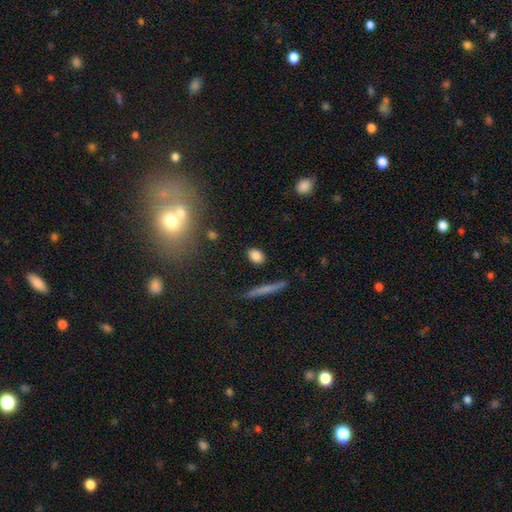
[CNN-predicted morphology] smooth-or-featured: smooth: 84% | star or artifact: 9% | featured or disk: 7%
  how-rounded: in between: 76% | round: 18% | cigar-shaped: 5%
  merging: none: 86% | minor disturbance: 9% | major disturbance: 2% | merger: 2%